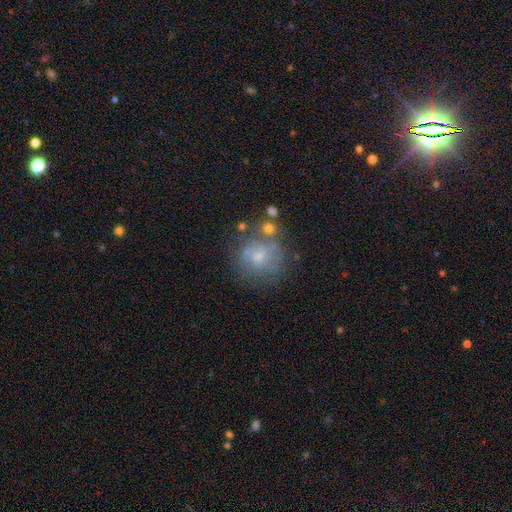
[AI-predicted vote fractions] smooth-or-featured: smooth: 47% | featured or disk: 42% | star or artifact: 11%
  merging: none: 56% | minor disturbance: 21% | major disturbance: 15% | merger: 9%